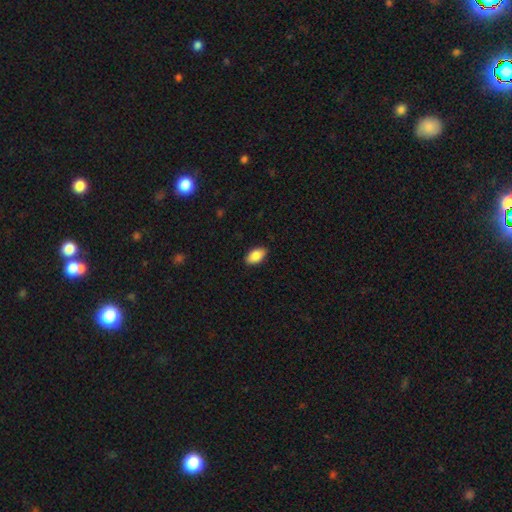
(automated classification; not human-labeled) Q: Smooth or featured?
A: smooth (87%); runner-up: star or artifact (7%)
Q: How rounded?
A: in between (94%); runner-up: round (4%)
Q: Merging?
A: none (88%); runner-up: minor disturbance (9%)